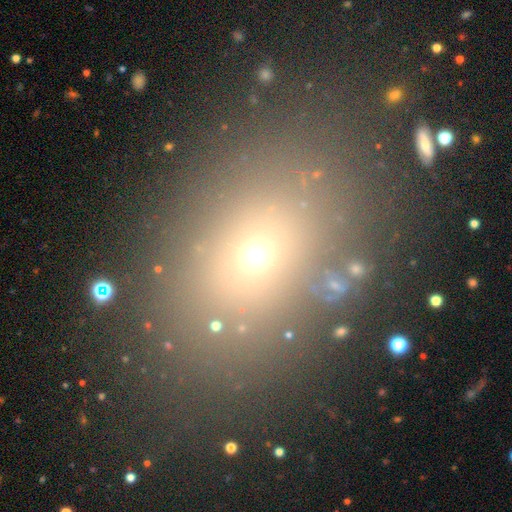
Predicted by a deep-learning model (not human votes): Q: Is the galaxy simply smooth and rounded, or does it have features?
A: smooth — 60%.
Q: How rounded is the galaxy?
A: in between — 63%.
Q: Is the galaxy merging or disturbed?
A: none — 83%.